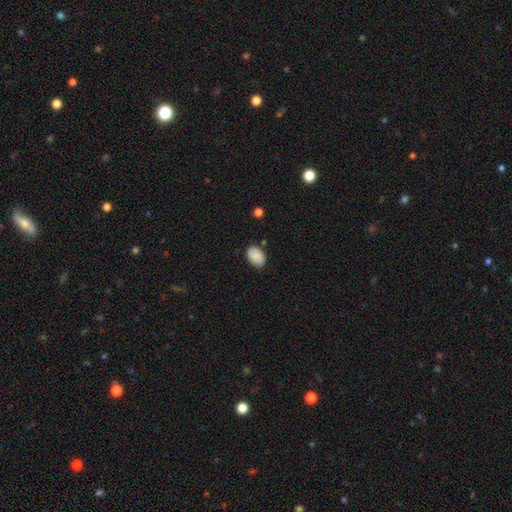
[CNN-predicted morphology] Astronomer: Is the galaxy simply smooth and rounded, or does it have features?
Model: smooth — 88%.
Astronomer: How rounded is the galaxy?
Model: in between — 85%.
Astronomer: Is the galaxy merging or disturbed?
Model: none — 77%.